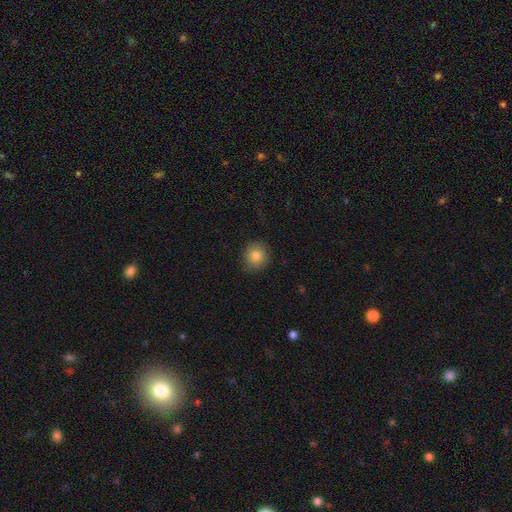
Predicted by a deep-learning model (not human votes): Smooth or featured? smooth (83%)
How rounded? round (88%)
Merging? none (86%)